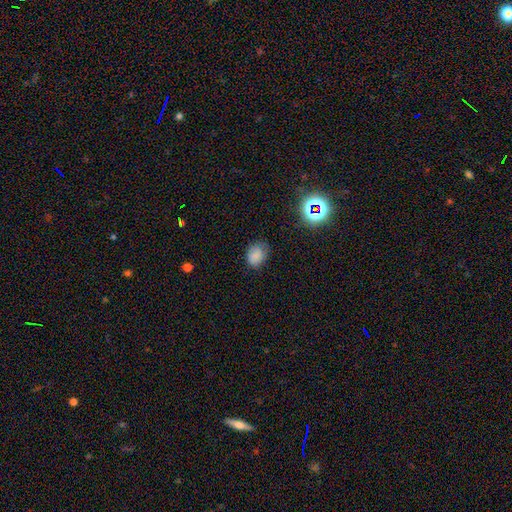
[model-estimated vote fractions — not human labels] Overall: smooth (80%). How rounded: in between (59%; round 40%). Merging: none (67%).